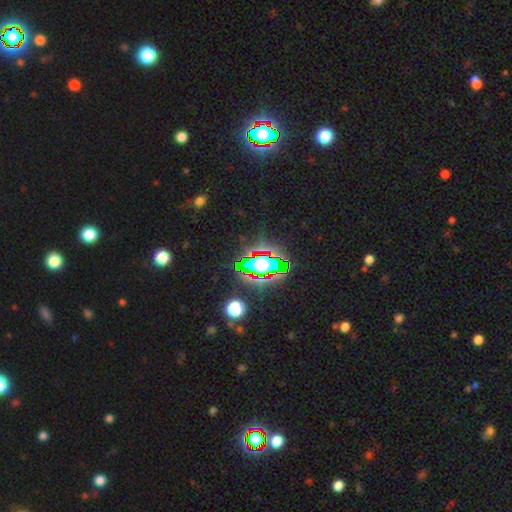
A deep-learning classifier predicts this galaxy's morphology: Smooth or featured? Predicted: star or artifact (p=0.75).